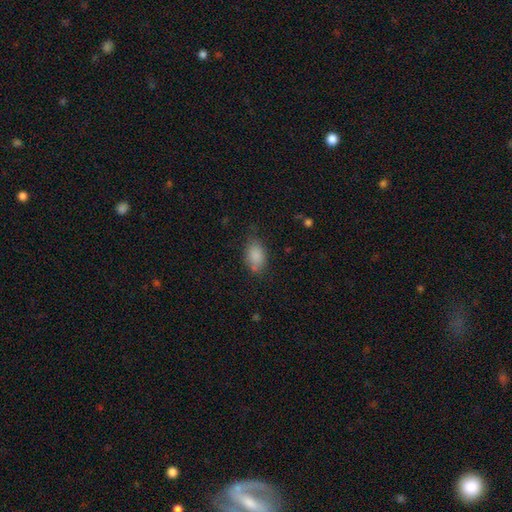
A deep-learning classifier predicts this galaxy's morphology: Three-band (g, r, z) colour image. It shows a smooth galaxy with no disk features (85%) that is in between round and cigar-shaped (86%). Merging: none (66%).